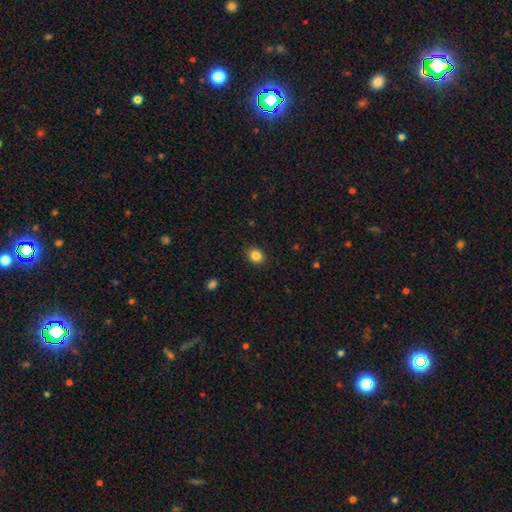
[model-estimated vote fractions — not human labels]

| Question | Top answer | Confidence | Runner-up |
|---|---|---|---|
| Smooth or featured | smooth | 85% | star or artifact (10%) |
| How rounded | round | 59% | in between (40%) |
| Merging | none | 89% | minor disturbance (8%) |